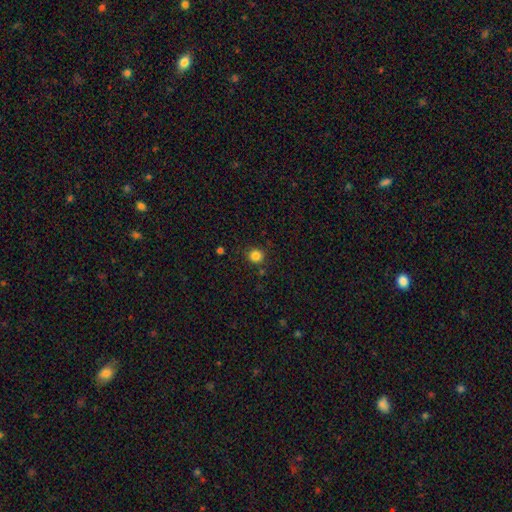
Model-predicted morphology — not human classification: This appears to be a smooth galaxy with no disk features (84%) that is round (91%). Merging: none (86%).